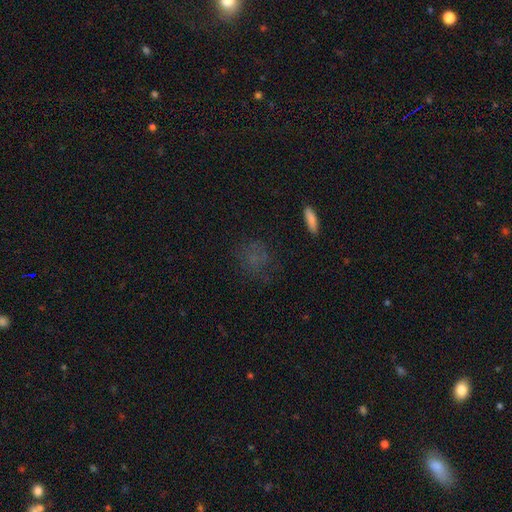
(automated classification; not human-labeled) Q: Smooth or featured?
A: smooth (57%); runner-up: star or artifact (27%)
Q: How rounded?
A: round (68%); runner-up: in between (28%)
Q: Merging?
A: none (71%); runner-up: minor disturbance (17%)